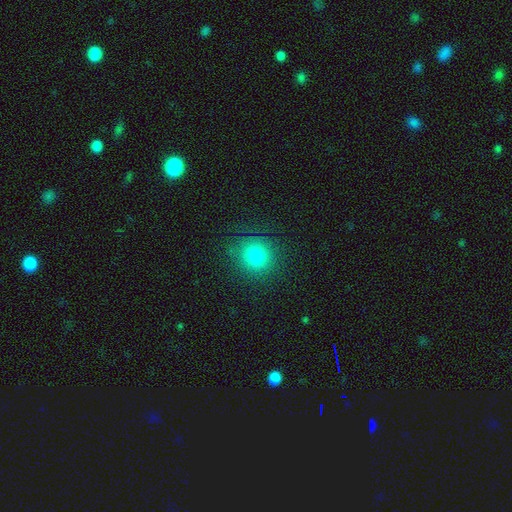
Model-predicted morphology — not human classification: This appears to be a smooth galaxy with no disk features (80%) that is round (84%). Merging: none (84%).